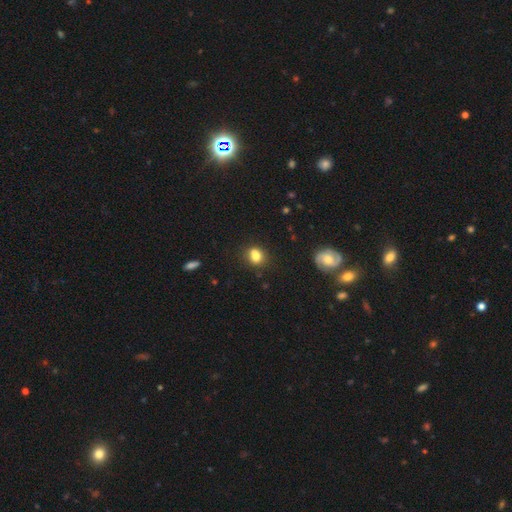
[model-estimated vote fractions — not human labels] Smooth or featured?
  - smooth: 80% *
  - star or artifact: 11%
  - featured or disk: 10%
How rounded?
  - round: 52% *
  - in between: 46%
  - cigar-shaped: 2%
Merging?
  - none: 64% *
  - minor disturbance: 17%
  - merger: 14%
  - major disturbance: 5%